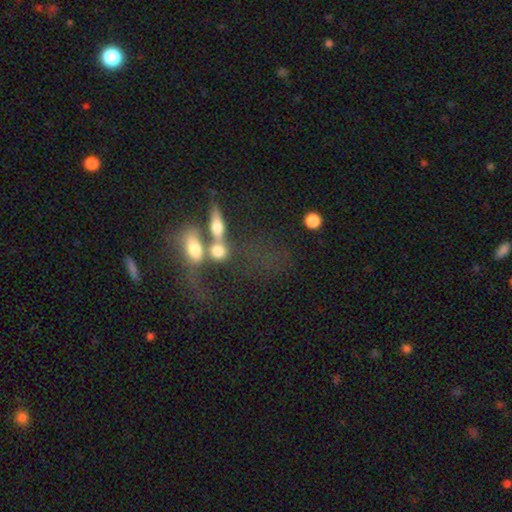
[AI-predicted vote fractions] Morphology: type=featured or disk (34%); merging=merger (51%).